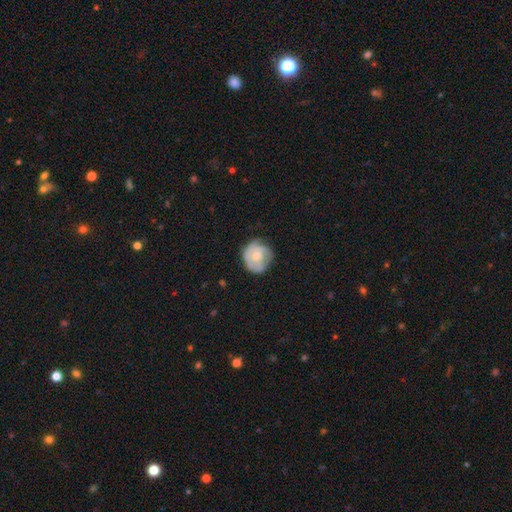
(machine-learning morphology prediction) Smooth or featured: smooth — 47% (tied with featured or disk — 47%)
Merging: none — 60% (minor disturbance — 28%)